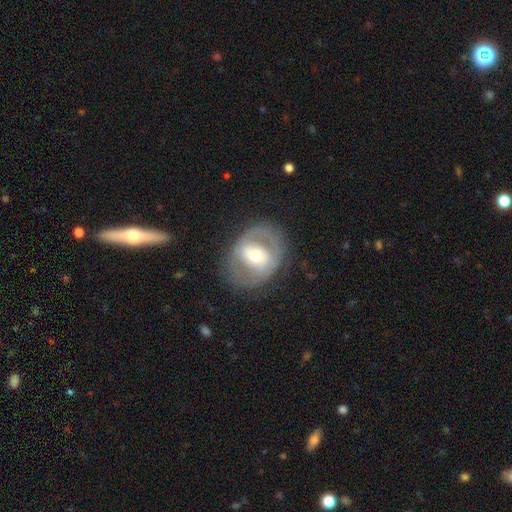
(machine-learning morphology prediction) smooth-or-featured: featured or disk: 65% | smooth: 29% | star or artifact: 6%
  disk-edge-on: no: 95% | yes: 5%
    bar: no: 40% | weak: 35% | strong: 26%
    has-spiral-arms: no: 52% | yes: 48%
    bulge-size: moderate: 68% | small: 17% | large: 12% | dominant: 1% | none: 1%
  merging: none: 73% | minor disturbance: 15% | major disturbance: 11% | merger: 1%